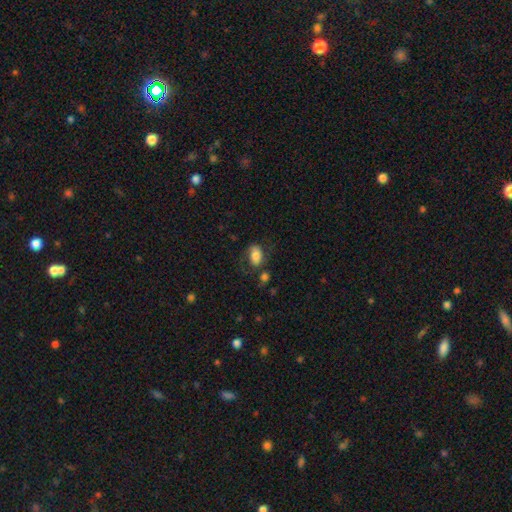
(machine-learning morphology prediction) This appears to be a smooth galaxy with no disk features (73%) that is in between round and cigar-shaped (86%). Merging: none (55%).